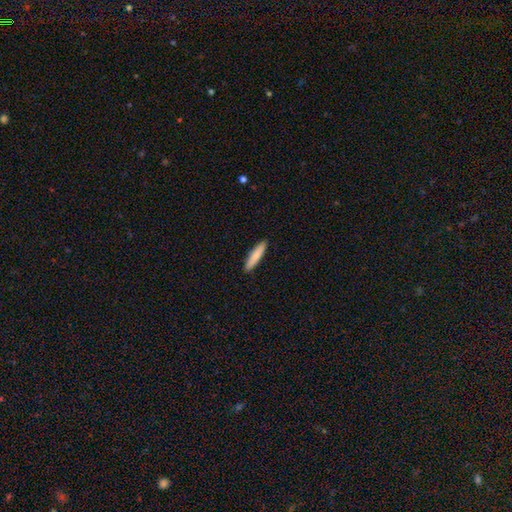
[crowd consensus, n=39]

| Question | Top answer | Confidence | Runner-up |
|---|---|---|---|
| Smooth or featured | smooth | 82% | featured or disk (13%) |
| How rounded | cigar-shaped | 88% | in between (12%) |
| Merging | none | 89% | minor disturbance (11%) |